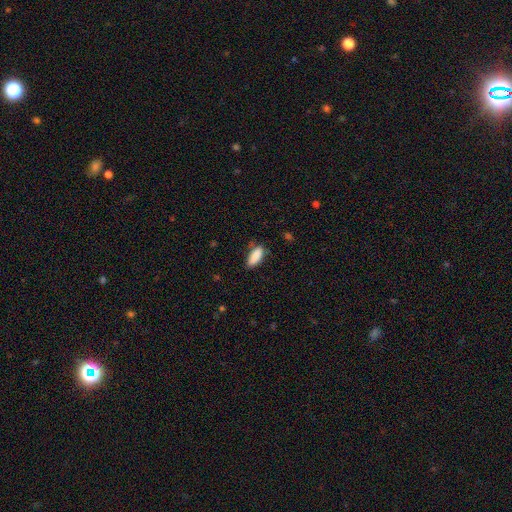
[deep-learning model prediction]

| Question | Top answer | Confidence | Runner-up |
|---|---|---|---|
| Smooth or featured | smooth | 88% | star or artifact (7%) |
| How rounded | in between | 80% | cigar-shaped (18%) |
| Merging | none | 70% | minor disturbance (23%) |